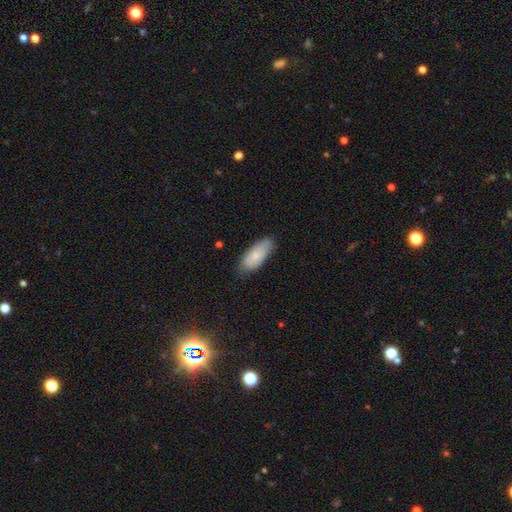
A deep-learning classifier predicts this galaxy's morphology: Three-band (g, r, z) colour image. It shows a smooth galaxy with no disk features (83%) that is in between round and cigar-shaped (83%). Merging: none (76%).